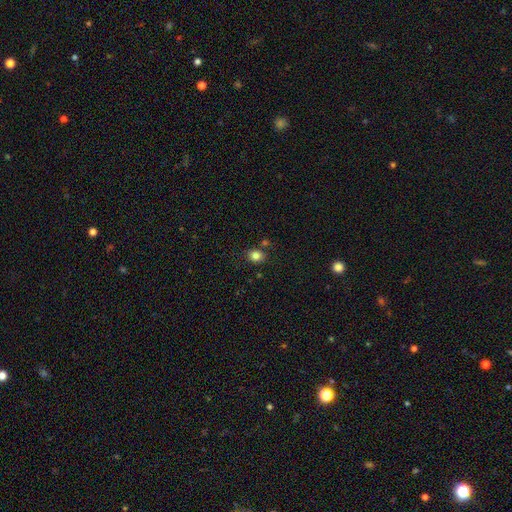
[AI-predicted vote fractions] This is clearly a smooth galaxy (82%). How rounded: likely round (60%). Merging: likely none (79%).